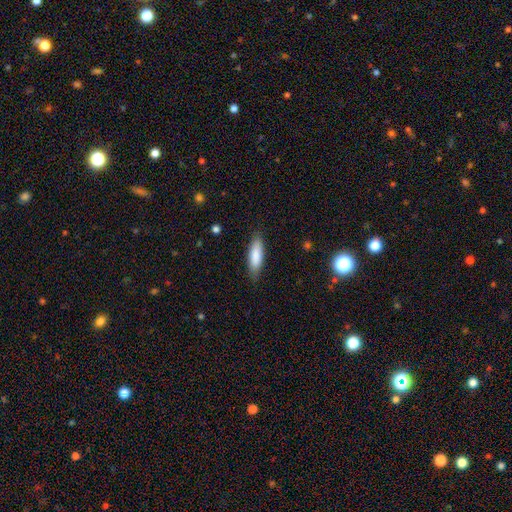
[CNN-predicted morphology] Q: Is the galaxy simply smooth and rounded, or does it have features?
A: smooth — 85%.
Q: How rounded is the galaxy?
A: cigar-shaped — 49%, tied with in between.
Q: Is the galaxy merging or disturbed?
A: none — 84%.